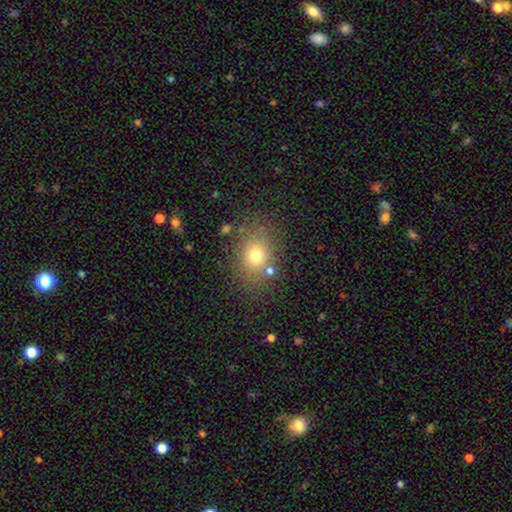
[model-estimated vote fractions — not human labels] smooth-or-featured: smooth: 73% | star or artifact: 14% | featured or disk: 13%
  how-rounded: in between: 52% | round: 47% | cigar-shaped: 1%
  merging: none: 77% | minor disturbance: 12% | merger: 6% | major disturbance: 5%